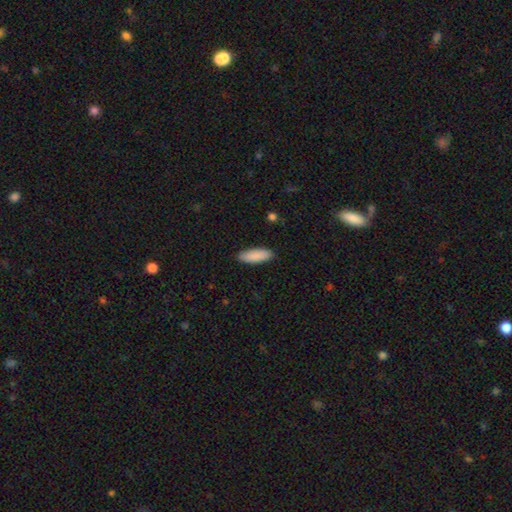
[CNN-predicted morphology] A smooth galaxy with no disk features (89%) that is in between round and cigar-shaped (62%). Merging: none (88%).